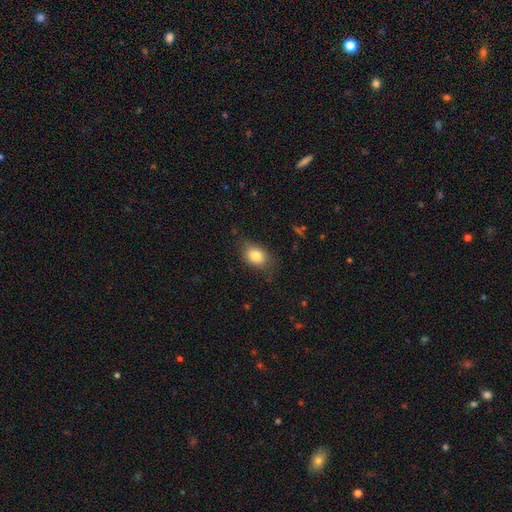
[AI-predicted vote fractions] Morphology: type=smooth (80%); roundness=in between (73%); merging=none (69%).